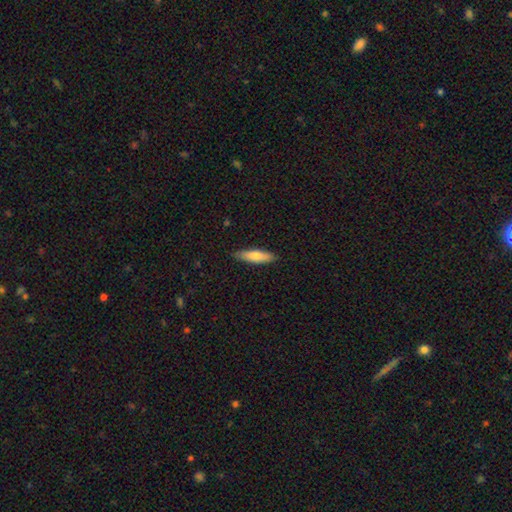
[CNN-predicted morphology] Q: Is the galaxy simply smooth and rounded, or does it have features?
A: smooth — 73%.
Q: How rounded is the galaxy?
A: cigar-shaped — 71%.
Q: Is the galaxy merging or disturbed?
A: none — 87%.